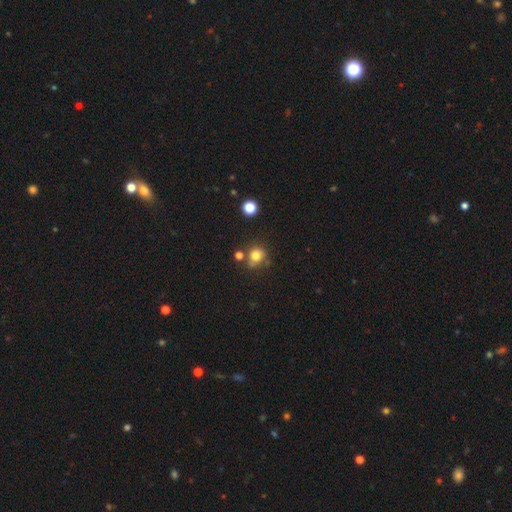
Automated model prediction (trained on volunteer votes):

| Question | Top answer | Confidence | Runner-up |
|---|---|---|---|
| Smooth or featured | smooth | 78% | star or artifact (14%) |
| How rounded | round | 82% | in between (17%) |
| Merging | none | 67% | minor disturbance (15%) |